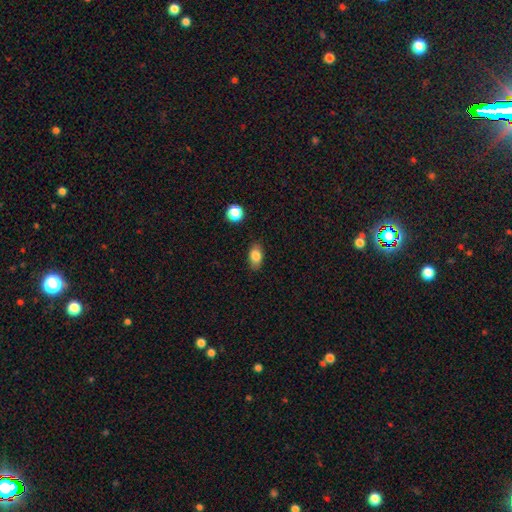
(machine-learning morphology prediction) smooth-or-featured: smooth: 84% | star or artifact: 9% | featured or disk: 7%
  how-rounded: in between: 85% | round: 12% | cigar-shaped: 2%
  merging: none: 84% | minor disturbance: 12% | major disturbance: 2% | merger: 1%